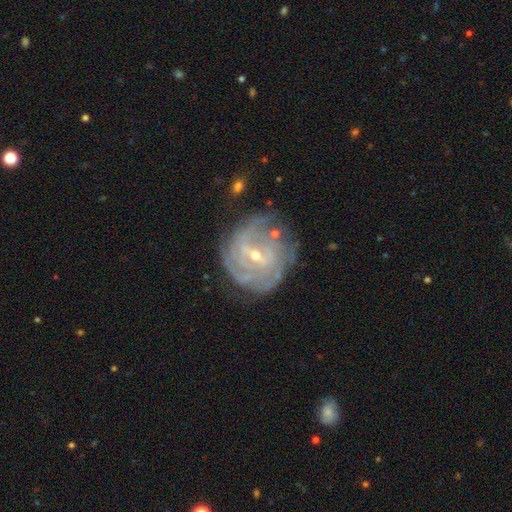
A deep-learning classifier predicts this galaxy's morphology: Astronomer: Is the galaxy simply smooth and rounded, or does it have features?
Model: featured or disk — 84%.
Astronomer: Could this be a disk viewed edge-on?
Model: no — 97%.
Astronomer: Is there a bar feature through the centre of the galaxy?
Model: weak — 55%.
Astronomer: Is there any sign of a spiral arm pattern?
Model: yes — 91%.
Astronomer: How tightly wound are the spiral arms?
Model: tight — 68%.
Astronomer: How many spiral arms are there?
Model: can't tell — 44%.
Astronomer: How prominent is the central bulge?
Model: small — 61% (runner-up: moderate, 36%).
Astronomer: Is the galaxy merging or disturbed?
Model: none — 65%.